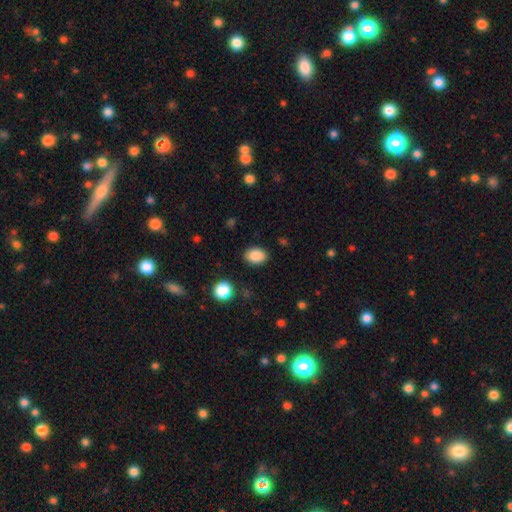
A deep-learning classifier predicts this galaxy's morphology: Overall: smooth (88%). How rounded: in between (73%). Merging: none (87%).